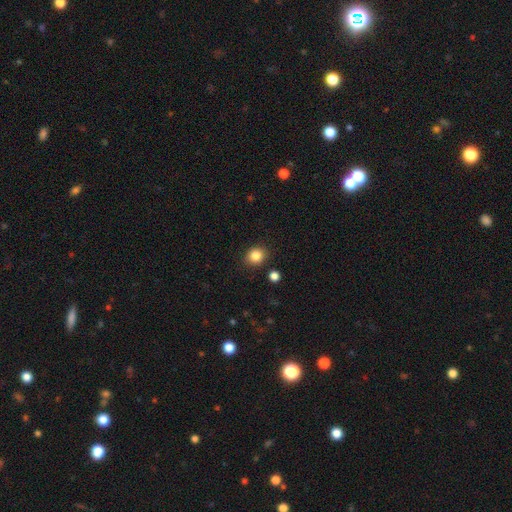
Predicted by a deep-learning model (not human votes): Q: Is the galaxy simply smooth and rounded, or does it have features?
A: smooth — 85%.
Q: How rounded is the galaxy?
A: round — 72%.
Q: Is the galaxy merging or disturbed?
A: none — 87%.